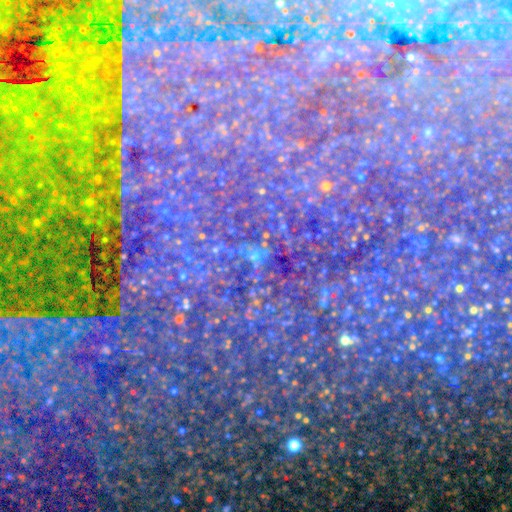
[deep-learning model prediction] This is possibly a star or artifact rather than a galaxy (50%).